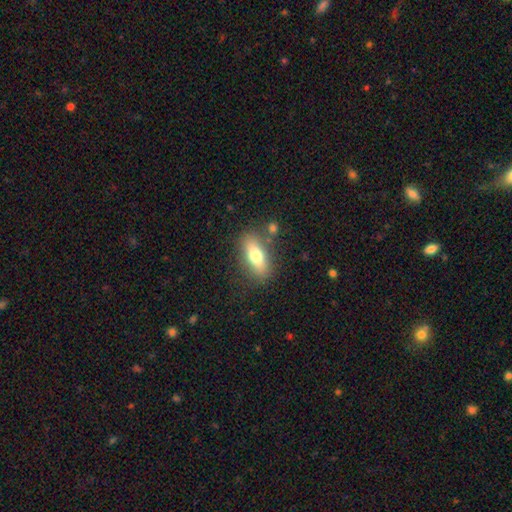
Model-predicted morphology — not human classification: Q: Smooth or featured?
A: smooth (67%); runner-up: featured or disk (25%)
Q: How rounded?
A: in between (72%); runner-up: cigar-shaped (23%)
Q: Merging?
A: none (78%); runner-up: minor disturbance (13%)